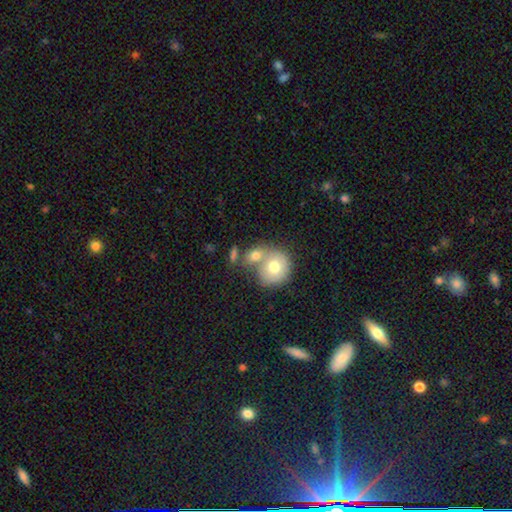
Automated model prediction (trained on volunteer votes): The model was most divided on "merging": merger: 54%, none: 33%, minor disturbance: 9%, major disturbance: 4%. More confident: smooth or featured — smooth (72%); how rounded — round (62%).